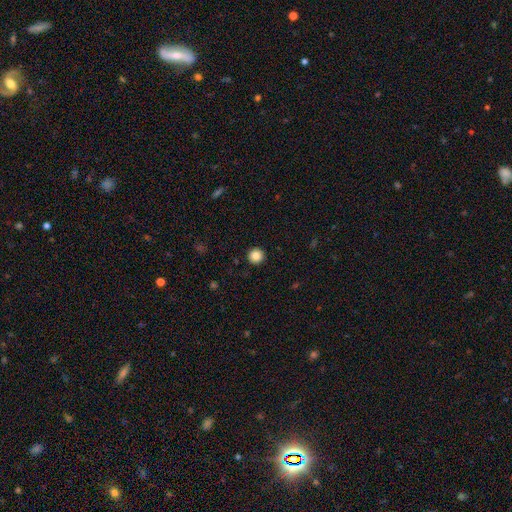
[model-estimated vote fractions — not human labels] smooth 85%, star or artifact 10%, featured or disk 4%. Down the decision tree: how rounded — round (95%); merging — none (93%).